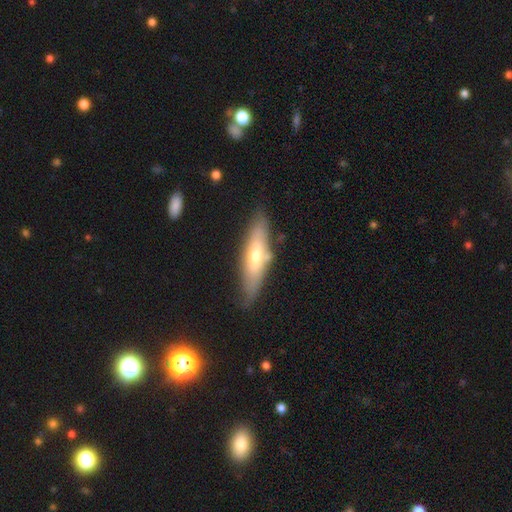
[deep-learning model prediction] Smooth or featured: smooth — 50% (featured or disk — 44%)
How rounded: cigar-shaped — 63% (in between — 35%)
Merging: none — 73% (minor disturbance — 18%)